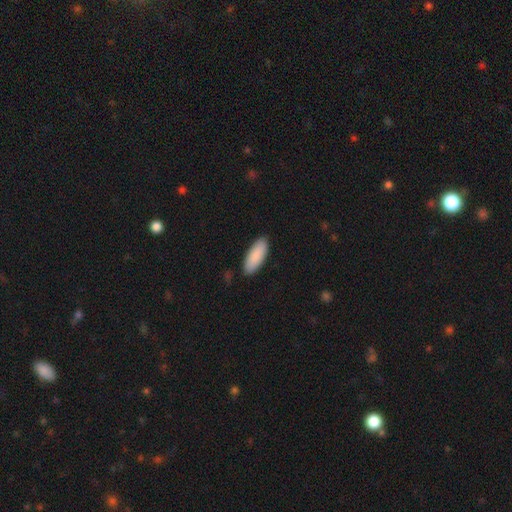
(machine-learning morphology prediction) Smooth or featured?
  - smooth: 90% *
  - featured or disk: 5%
  - star or artifact: 5%
How rounded?
  - in between: 75% *
  - cigar-shaped: 24%
  - round: 2%
Merging?
  - none: 88% *
  - minor disturbance: 9%
  - major disturbance: 2%
  - merger: 1%